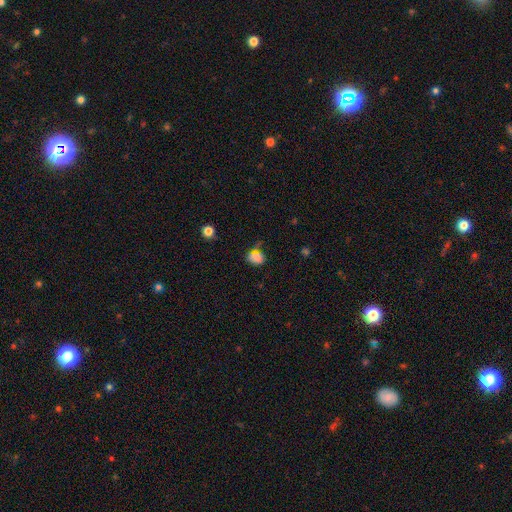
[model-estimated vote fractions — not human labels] Smooth or featured?
  - smooth: 74% *
  - star or artifact: 13%
  - featured or disk: 13%
How rounded?
  - in between: 61% *
  - round: 38%
  - cigar-shaped: 2%
Merging?
  - none: 47% *
  - minor disturbance: 29%
  - major disturbance: 15%
  - merger: 9%